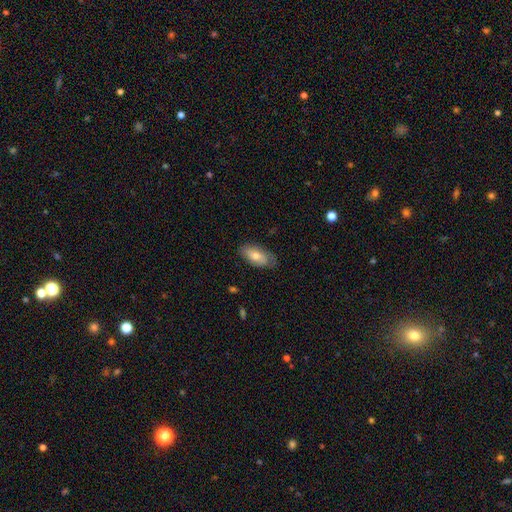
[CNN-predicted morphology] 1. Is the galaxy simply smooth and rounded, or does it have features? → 62% smooth, 31% featured or disk, 7% star or artifact.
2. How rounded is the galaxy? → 90% in between, 6% cigar-shaped, 4% round.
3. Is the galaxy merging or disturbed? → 72% none, 22% minor disturbance, 5% major disturbance, 1% merger.